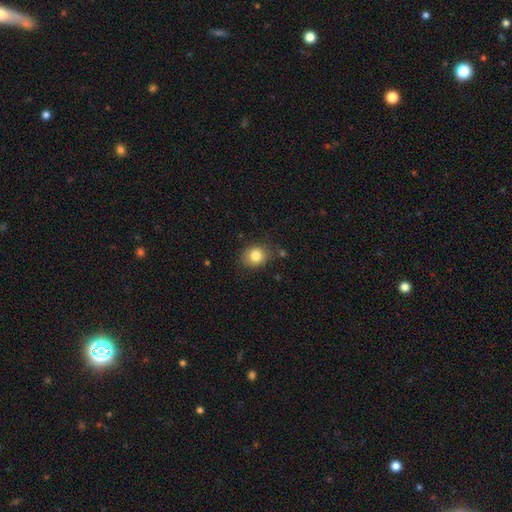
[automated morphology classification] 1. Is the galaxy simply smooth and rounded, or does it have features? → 83% smooth, 10% star or artifact, 8% featured or disk.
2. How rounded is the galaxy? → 59% round, 40% in between, 1% cigar-shaped.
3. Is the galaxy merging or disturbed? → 78% none, 15% minor disturbance, 4% major disturbance, 3% merger.